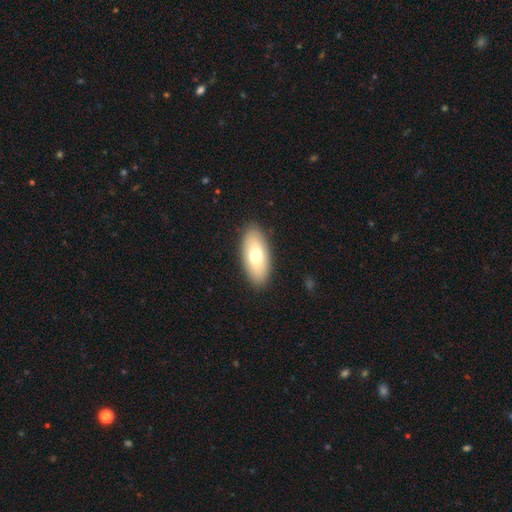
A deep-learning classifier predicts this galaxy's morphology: Smooth or featured?
  - smooth: 71% *
  - featured or disk: 23%
  - star or artifact: 6%
How rounded?
  - in between: 88% *
  - cigar-shaped: 9%
  - round: 3%
Merging?
  - none: 89% *
  - minor disturbance: 8%
  - major disturbance: 2%
  - merger: 1%